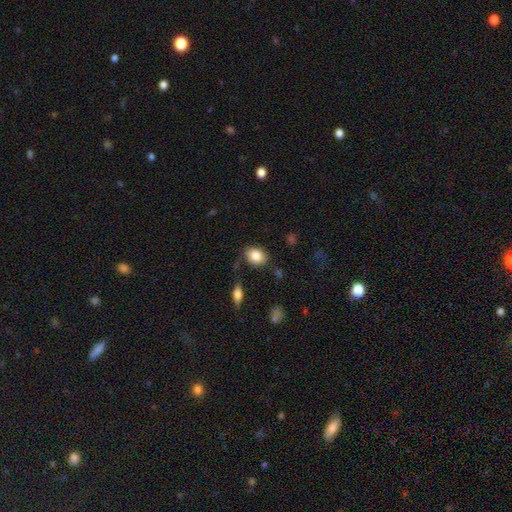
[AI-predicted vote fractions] Q: Smooth or featured?
A: smooth (84%); runner-up: star or artifact (8%)
Q: How rounded?
A: in between (64%); runner-up: round (35%)
Q: Merging?
A: none (77%); runner-up: minor disturbance (15%)